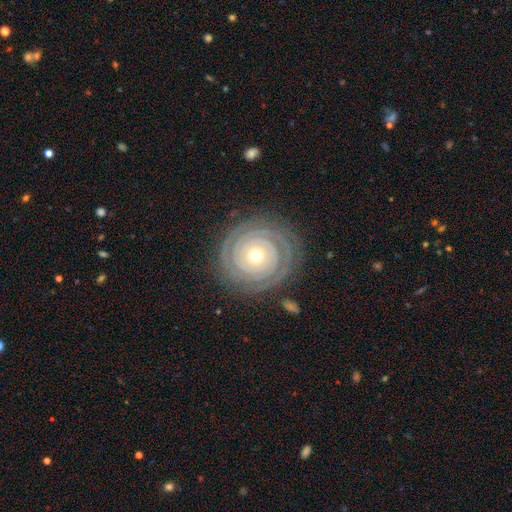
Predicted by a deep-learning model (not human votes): The model was most divided on "bulge size": small: 56%, moderate: 41%, large: 1%, dominant: 1%, none: 1%. More confident: spiral arms — yes (97%); edge-on disk — no (97%); spiral winding — tight (92%); smooth or featured — featured or disk (89%); merging — none (85%); bar — no (82%); spiral arm count — 2 (58%).